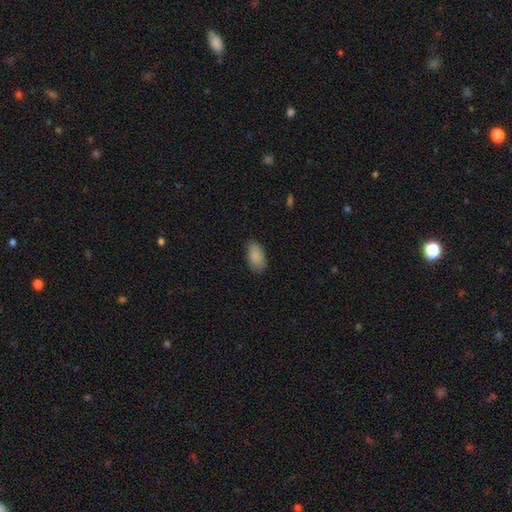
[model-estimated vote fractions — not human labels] Q: Smooth or featured?
A: smooth (88%); runner-up: star or artifact (7%)
Q: How rounded?
A: in between (94%); runner-up: round (4%)
Q: Merging?
A: none (80%); runner-up: minor disturbance (16%)